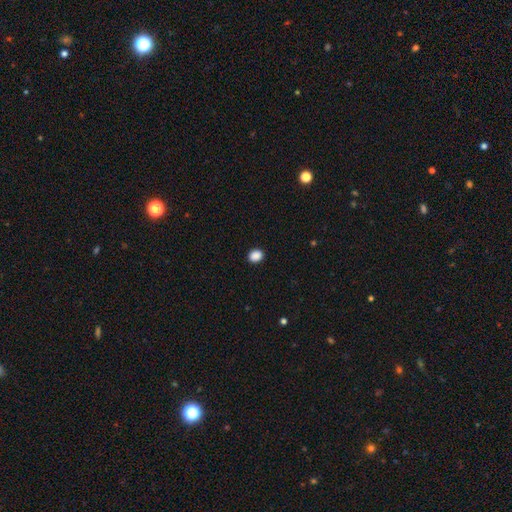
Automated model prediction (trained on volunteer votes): Smooth or featured? smooth (88%)
How rounded? round (51%)
Merging? none (90%)